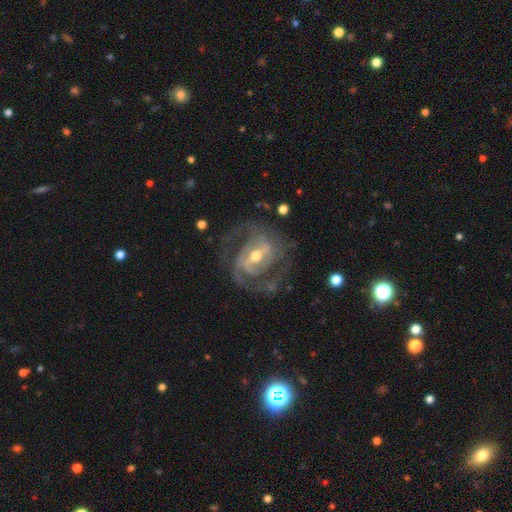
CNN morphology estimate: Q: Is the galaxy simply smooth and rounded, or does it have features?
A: featured or disk — 90%.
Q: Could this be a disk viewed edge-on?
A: no — 97%.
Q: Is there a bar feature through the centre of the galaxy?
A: strong — 49%.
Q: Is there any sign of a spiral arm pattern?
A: yes — 95%.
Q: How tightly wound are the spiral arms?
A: medium — 45%.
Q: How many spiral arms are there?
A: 2 — 54%.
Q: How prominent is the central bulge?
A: moderate — 61%.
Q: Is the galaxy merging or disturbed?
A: none — 68%.